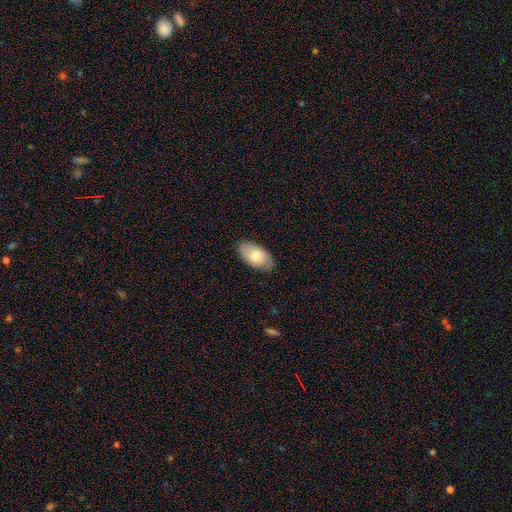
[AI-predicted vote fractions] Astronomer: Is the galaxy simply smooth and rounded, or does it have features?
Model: smooth — 74%.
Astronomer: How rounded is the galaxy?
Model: in between — 94%.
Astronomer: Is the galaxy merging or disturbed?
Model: none — 82%.